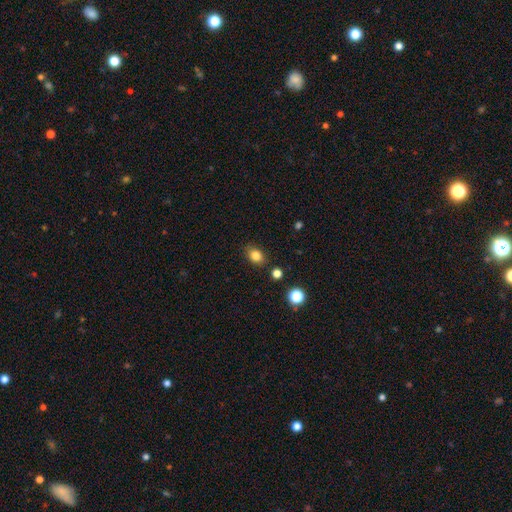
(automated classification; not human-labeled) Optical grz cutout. It shows a smooth galaxy with no disk features (83%) that is in between round and cigar-shaped (64%). Merging: none (82%).